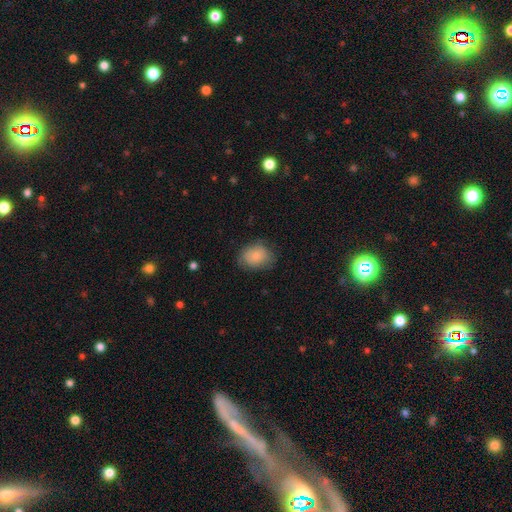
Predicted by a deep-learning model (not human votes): A smooth galaxy with no disk features (80%) that is in between round and cigar-shaped (53%).

Vote fractions:
- Smooth or featured? smooth: 80% / featured or disk: 12% / star or artifact: 7%
- How rounded? in between: 53% / round: 46% / cigar-shaped: 1%
- Merging? none: 71% / minor disturbance: 22% / major disturbance: 6% / merger: 1%